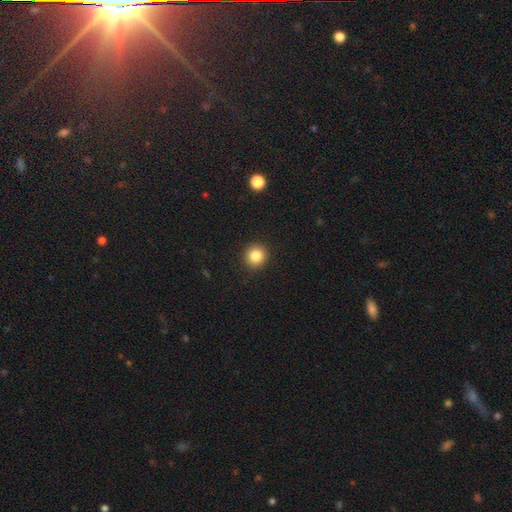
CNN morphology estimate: Q: Smooth or featured?
A: smooth (85%); runner-up: star or artifact (10%)
Q: How rounded?
A: round (91%); runner-up: in between (8%)
Q: Merging?
A: none (91%); runner-up: minor disturbance (6%)